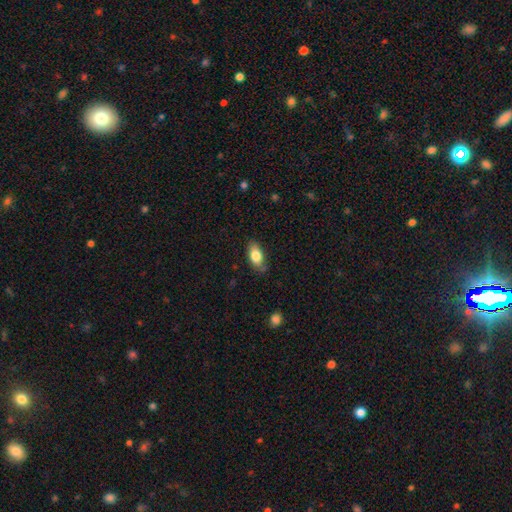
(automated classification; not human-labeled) Smooth or featured: smooth — 80% (featured or disk — 13%)
How rounded: in between — 88% (cigar-shaped — 7%)
Merging: none — 78% (minor disturbance — 17%)